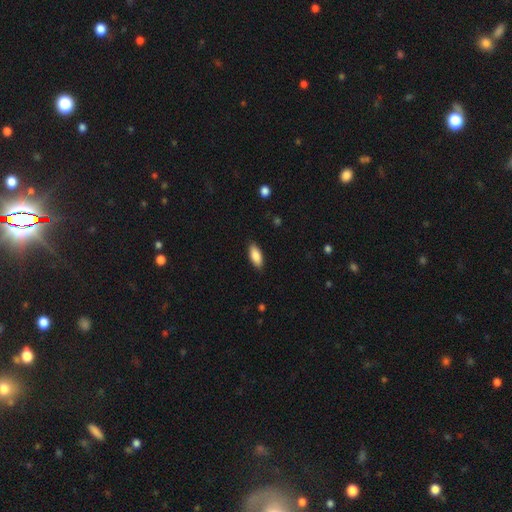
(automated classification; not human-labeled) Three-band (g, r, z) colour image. It shows a smooth galaxy with no disk features (87%) that is in between round and cigar-shaped (84%). Merging: none (87%).